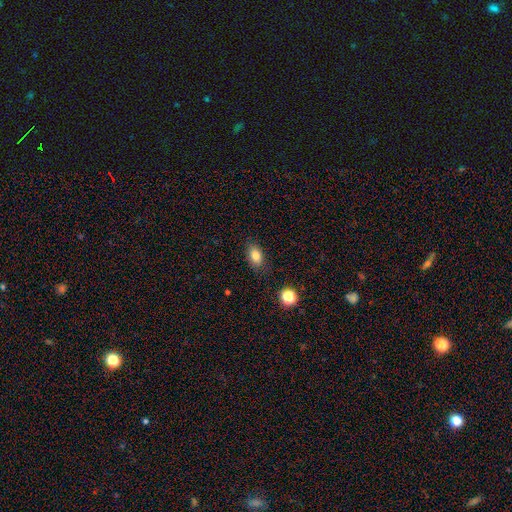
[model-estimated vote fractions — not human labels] smooth-or-featured: smooth: 81% | star or artifact: 10% | featured or disk: 9%
  how-rounded: in between: 86% | round: 12% | cigar-shaped: 2%
  merging: none: 83% | minor disturbance: 12% | major disturbance: 3% | merger: 2%